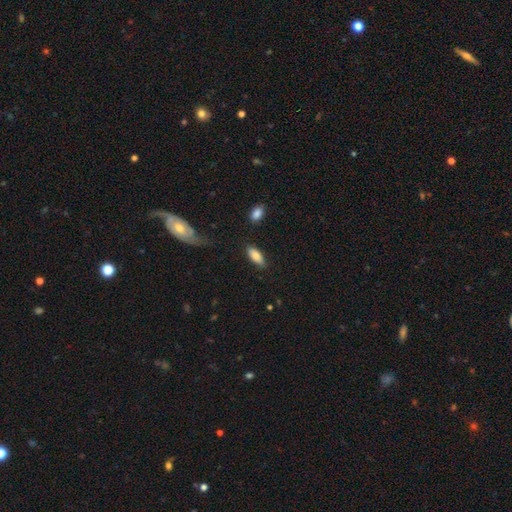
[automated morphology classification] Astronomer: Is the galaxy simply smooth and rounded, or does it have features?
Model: smooth — 80%.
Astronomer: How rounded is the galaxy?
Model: in between — 83%.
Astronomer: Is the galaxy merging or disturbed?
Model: none — 80%.